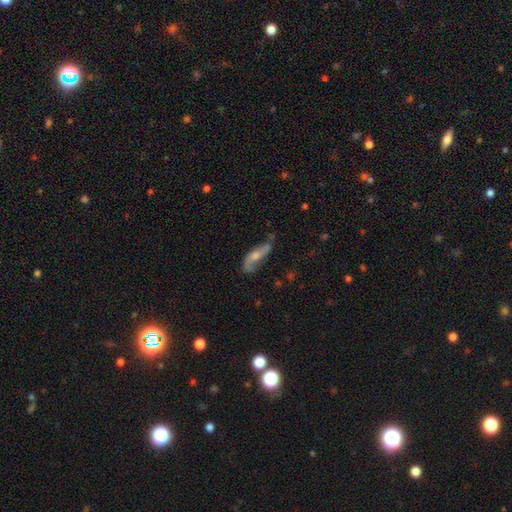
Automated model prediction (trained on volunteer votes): Smooth or featured: featured or disk — 57% (smooth — 36%)
Edge-on disk: no — 76% (yes — 24%)
Merging: none — 54% (minor disturbance — 28%)